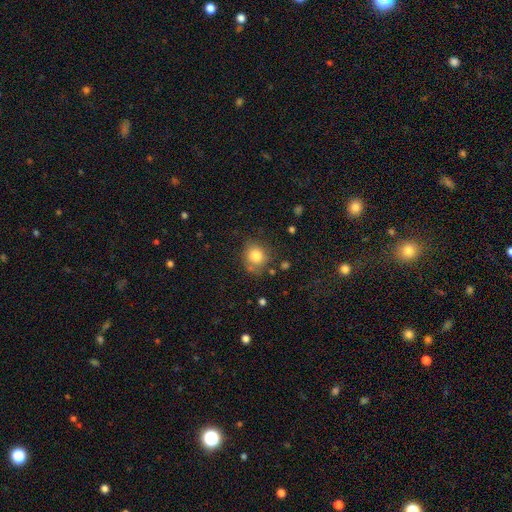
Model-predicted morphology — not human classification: The model was most divided on "merging": none: 71%, minor disturbance: 18%, major disturbance: 6%, merger: 6%. More confident: smooth or featured — smooth (82%); how rounded — round (81%).